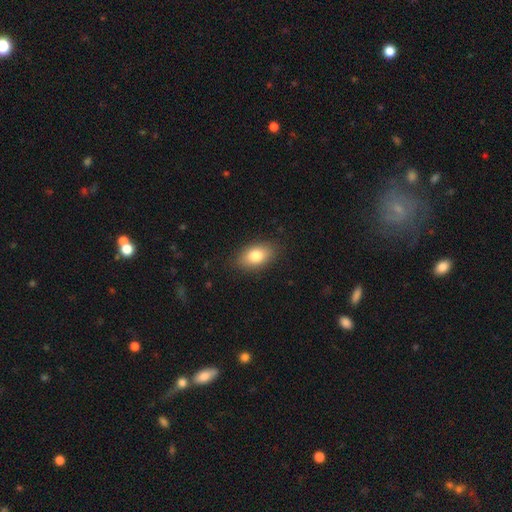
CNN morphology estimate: smooth 80%, featured or disk 12%, star or artifact 8%. Down the decision tree: how rounded — in between (89%); merging — none (86%).